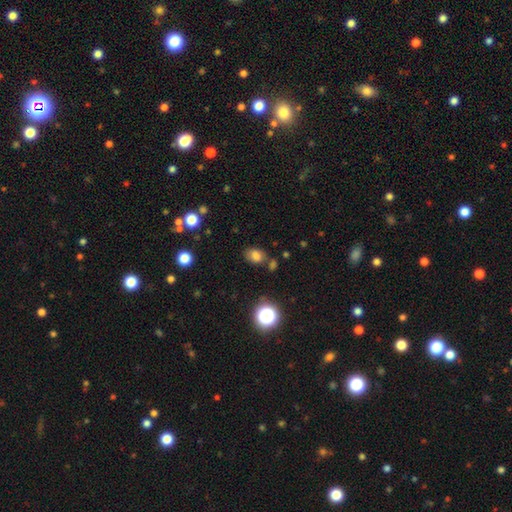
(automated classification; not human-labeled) A smooth galaxy with no disk features (76%) that is in between round and cigar-shaped (70%). Merging: none (67%).